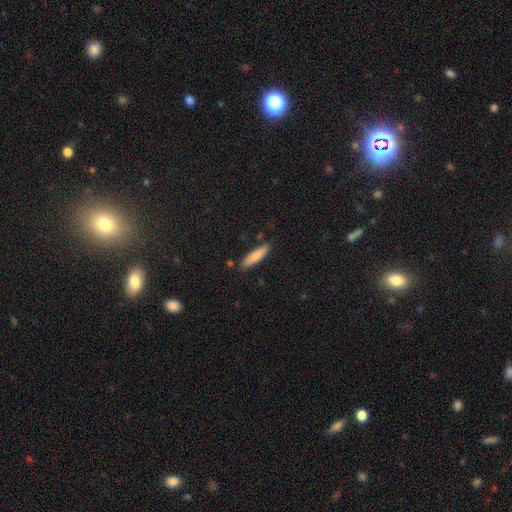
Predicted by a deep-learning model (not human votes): Smooth or featured? smooth (80%)
How rounded? cigar-shaped (74%)
Merging? none (84%)